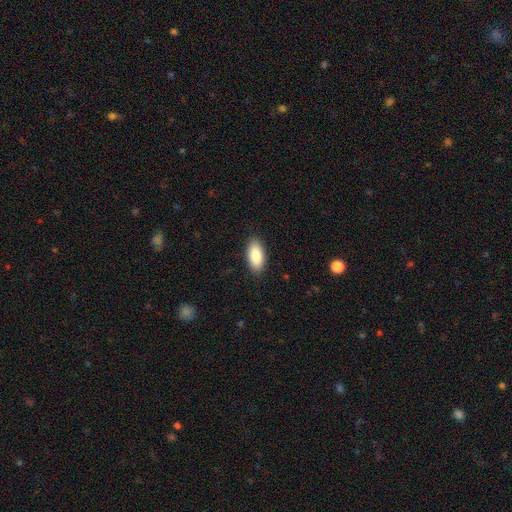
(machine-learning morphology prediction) The model was most divided on "merging": none: 88%, minor disturbance: 9%, major disturbance: 2%, merger: 1%. More confident: how rounded — in between (90%); smooth or featured — smooth (87%).